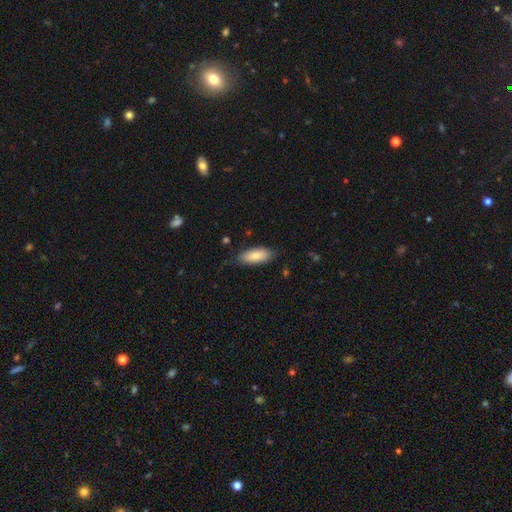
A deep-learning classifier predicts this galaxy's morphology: Overall: smooth (82%). How rounded: in between (81%). Merging: none (82%).